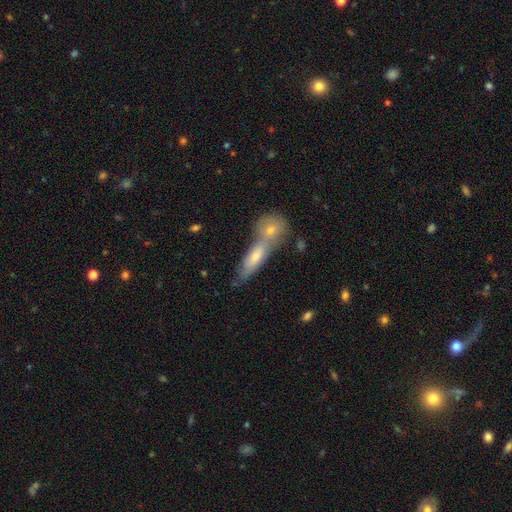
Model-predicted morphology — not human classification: A smooth galaxy with no disk features (58%) that is cigar-shaped (62%). Merging: merger (48%).